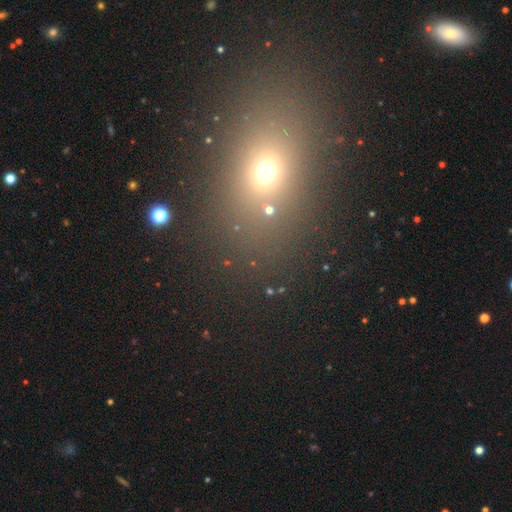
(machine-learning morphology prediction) type=smooth (52%); roundness=in between (56%); merging=none (82%).